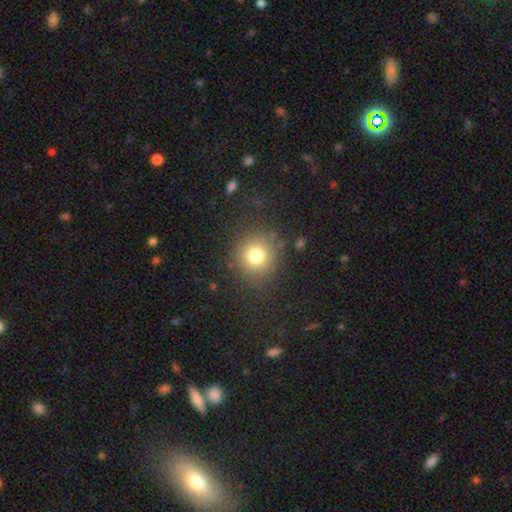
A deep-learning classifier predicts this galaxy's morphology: Overall: smooth (77%). How rounded: round (89%). Merging: none (84%).